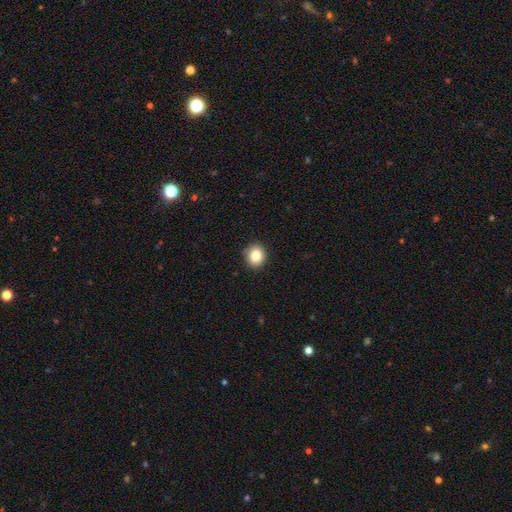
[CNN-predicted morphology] type=smooth (85%); roundness=round (74%); merging=none (88%).